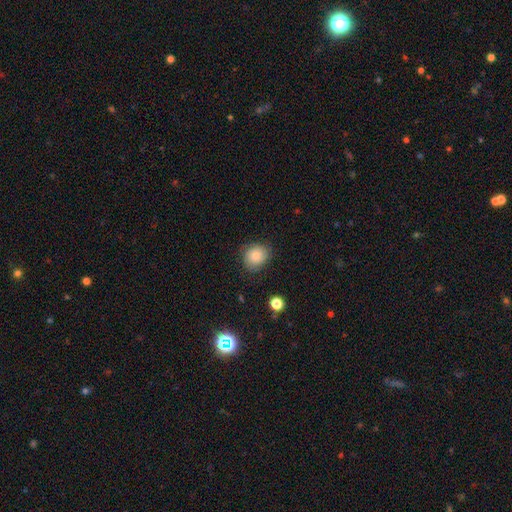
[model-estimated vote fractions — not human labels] smooth_or_featured: smooth (p=0.76) [alt: featured or disk p=0.14]
how_rounded: round (p=0.73) [alt: in between p=0.26]
merging: none (p=0.75) [alt: minor disturbance p=0.19]